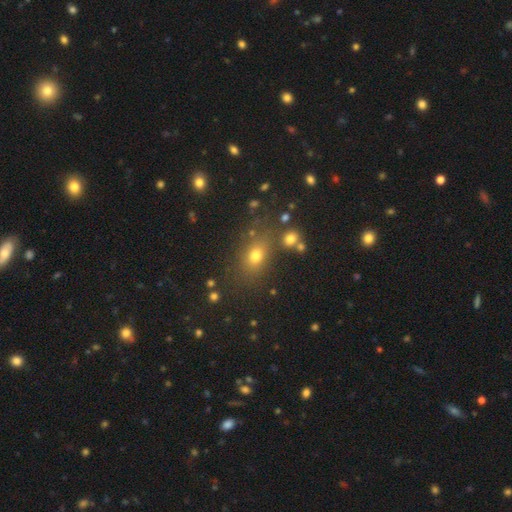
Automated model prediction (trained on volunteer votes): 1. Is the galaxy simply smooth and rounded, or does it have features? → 68% smooth, 20% star or artifact, 11% featured or disk.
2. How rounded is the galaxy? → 61% in between, 36% round, 3% cigar-shaped.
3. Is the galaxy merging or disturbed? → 73% none, 13% minor disturbance, 8% merger, 6% major disturbance.